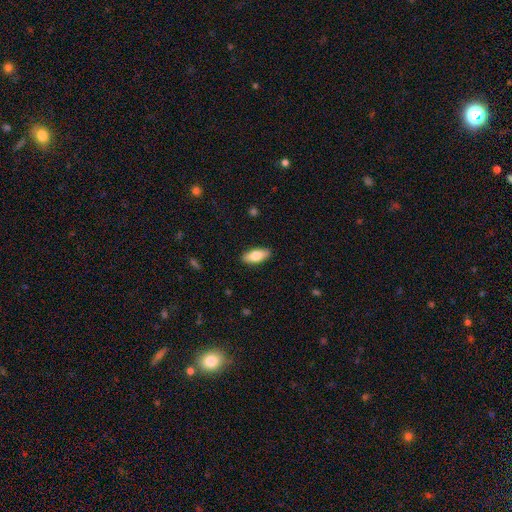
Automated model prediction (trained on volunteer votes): Overall: smooth (77%). How rounded: in between (80%). Merging: none (88%).